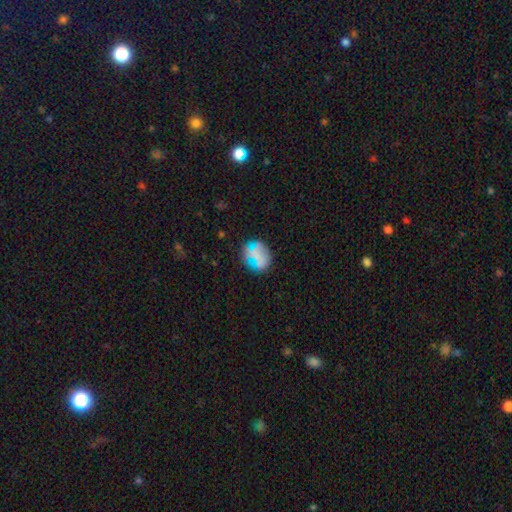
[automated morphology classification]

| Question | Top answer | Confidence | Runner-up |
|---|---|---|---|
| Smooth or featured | smooth | 56% | featured or disk (25%) |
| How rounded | round | 73% | in between (25%) |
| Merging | none | 66% | minor disturbance (18%) |